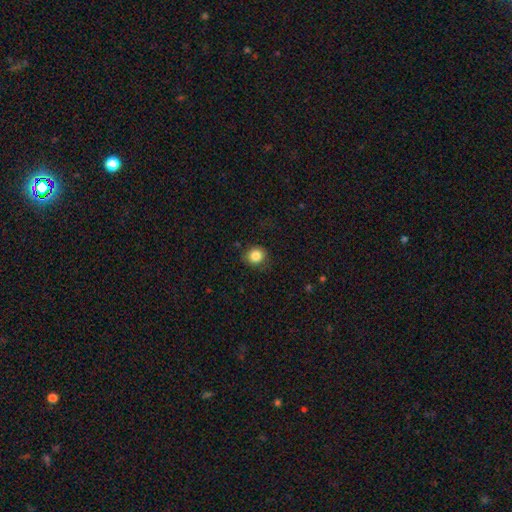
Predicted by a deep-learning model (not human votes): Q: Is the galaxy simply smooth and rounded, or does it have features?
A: smooth — 85%.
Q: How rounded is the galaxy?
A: round — 82%.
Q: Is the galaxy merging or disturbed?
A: none — 82%.